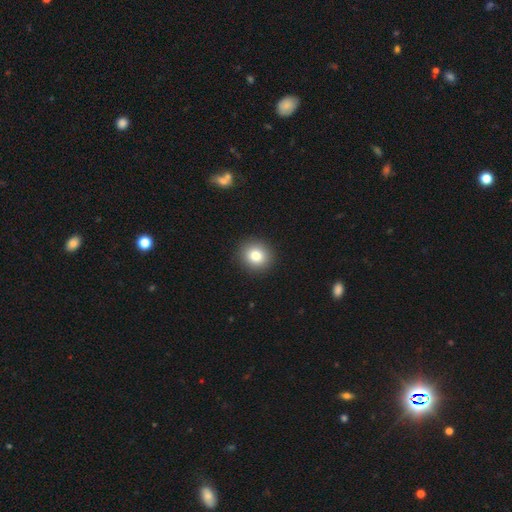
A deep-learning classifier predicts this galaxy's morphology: Q: Smooth or featured?
A: smooth (82%); runner-up: star or artifact (10%)
Q: How rounded?
A: round (88%); runner-up: in between (11%)
Q: Merging?
A: none (92%); runner-up: minor disturbance (5%)